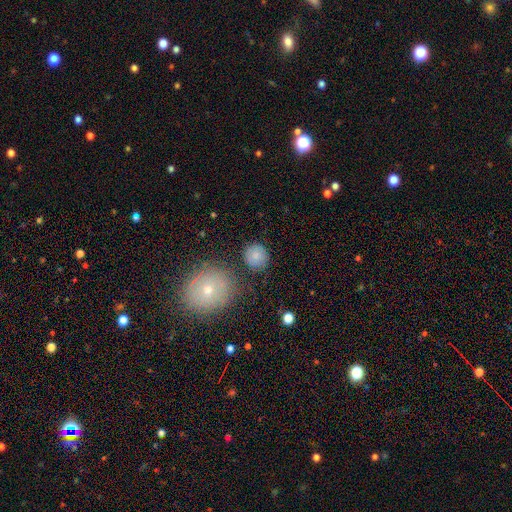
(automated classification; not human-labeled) Smooth or featured: smooth — 80% (featured or disk — 10%)
How rounded: round — 89% (in between — 10%)
Merging: none — 80% (minor disturbance — 12%)